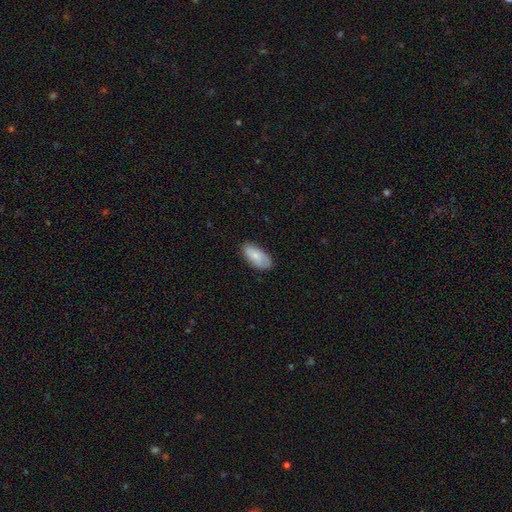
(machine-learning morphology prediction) type=smooth (79%); roundness=in between (91%); merging=none (78%).